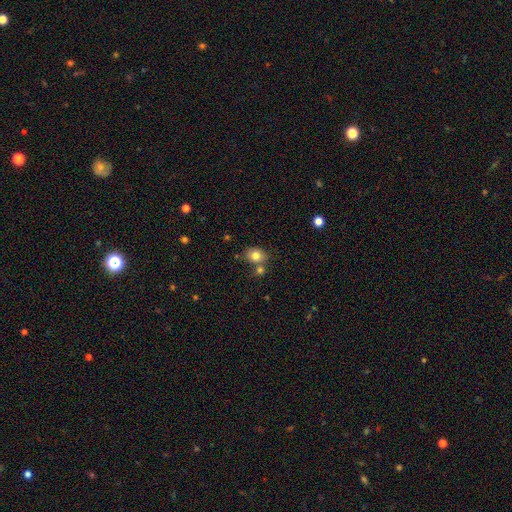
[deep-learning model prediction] A smooth galaxy with no disk features (79%) that is round (56%). Merging: none (62%).